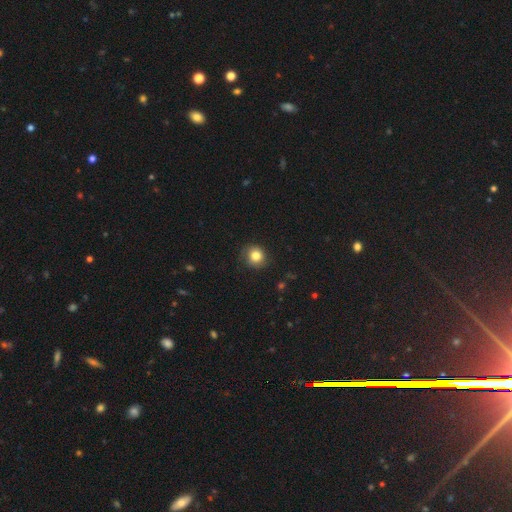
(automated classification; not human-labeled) Smooth or featured: smooth — 82% (star or artifact — 10%)
How rounded: round — 85% (in between — 14%)
Merging: none — 78% (minor disturbance — 16%)